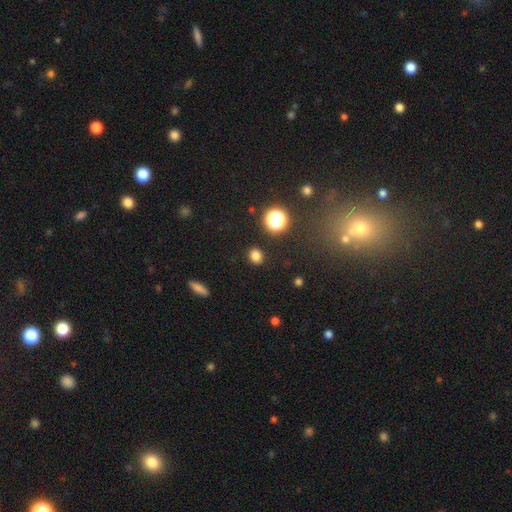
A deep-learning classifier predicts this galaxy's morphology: smooth 80%, star or artifact 15%, featured or disk 5%. Down the decision tree: how rounded — round (67%); merging — none (89%).